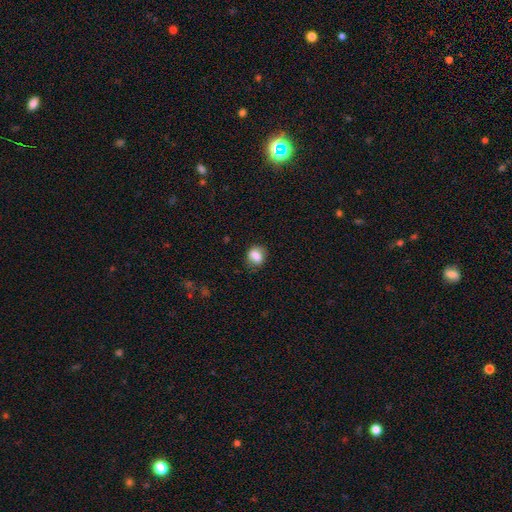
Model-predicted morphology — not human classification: Q: Smooth or featured?
A: smooth (80%); runner-up: featured or disk (11%)
Q: How rounded?
A: round (50%); runner-up: in between (49%)
Q: Merging?
A: none (74%); runner-up: minor disturbance (19%)